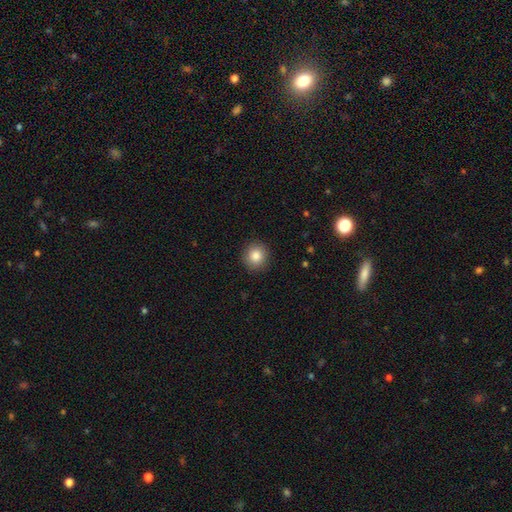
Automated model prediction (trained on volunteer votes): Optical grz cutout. It shows a smooth galaxy with no disk features (85%) that is round (91%). Merging: none (91%).